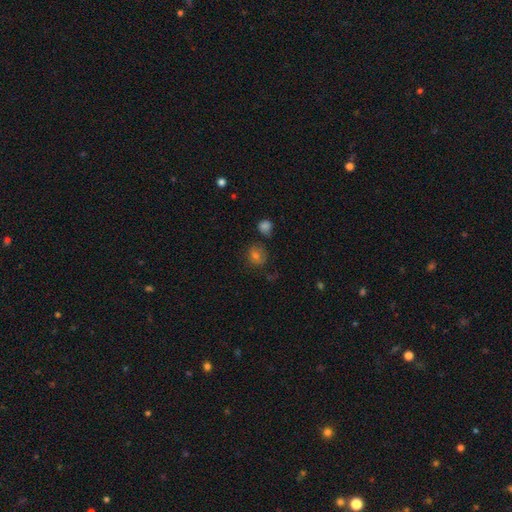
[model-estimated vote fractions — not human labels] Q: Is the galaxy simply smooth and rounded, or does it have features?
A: smooth — 62%.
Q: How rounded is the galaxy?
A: round — 75%.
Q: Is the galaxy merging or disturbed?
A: none — 73%.